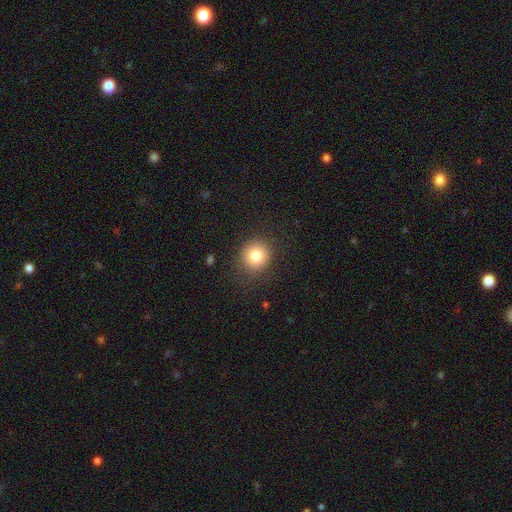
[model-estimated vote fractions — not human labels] smooth-or-featured: smooth: 81% | star or artifact: 11% | featured or disk: 8%
  how-rounded: round: 89% | in between: 10% | cigar-shaped: 1%
  merging: none: 87% | minor disturbance: 9% | major disturbance: 3% | merger: 1%